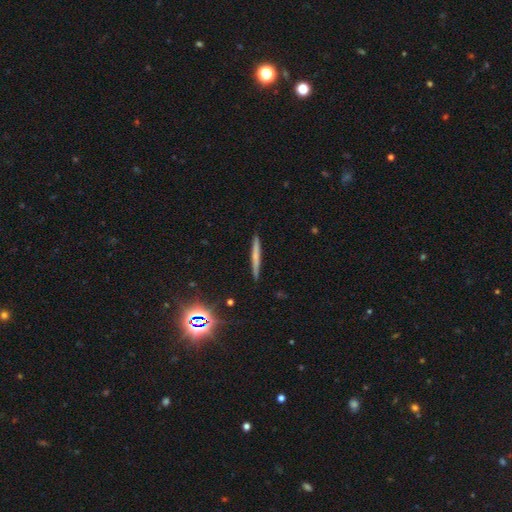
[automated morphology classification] The model was most divided on "smooth or featured": smooth: 53%, featured or disk: 37%, star or artifact: 10%. More confident: how rounded — cigar-shaped (96%); merging — none (91%).